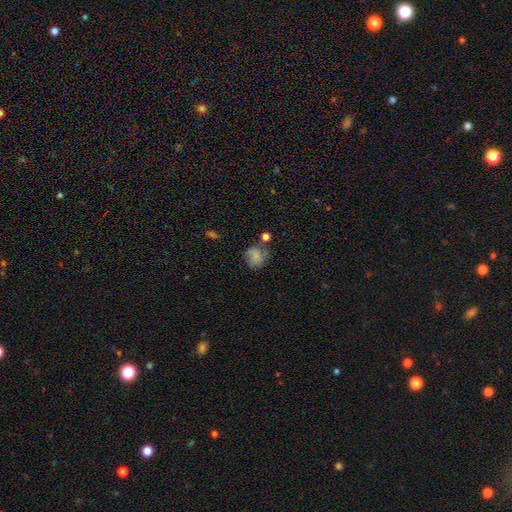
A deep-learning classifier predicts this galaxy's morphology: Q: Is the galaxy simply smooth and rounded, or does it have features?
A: smooth — 72%.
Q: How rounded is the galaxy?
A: round — 76%.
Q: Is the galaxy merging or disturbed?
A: none — 53%.